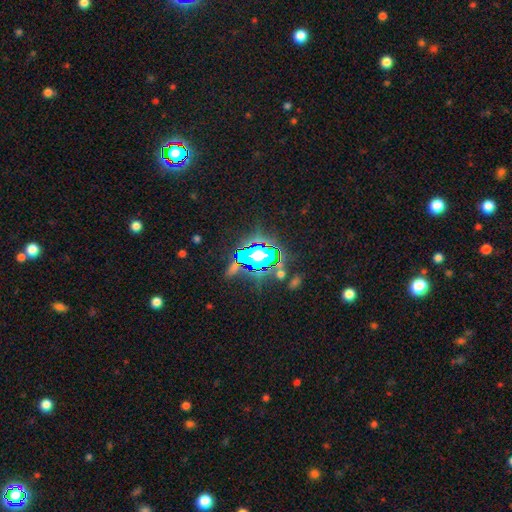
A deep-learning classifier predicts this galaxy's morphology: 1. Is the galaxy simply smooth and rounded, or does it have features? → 58% star or artifact, 26% smooth, 16% featured or disk.